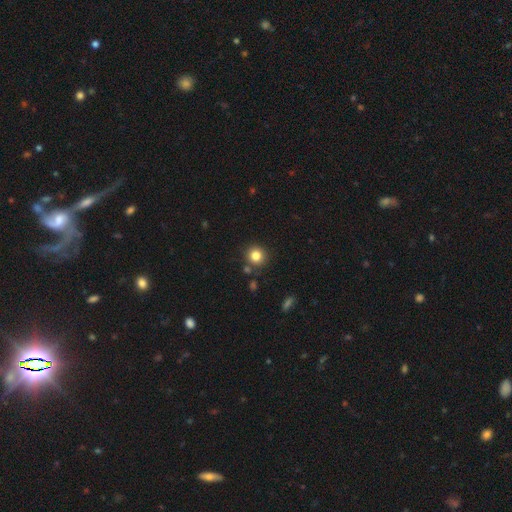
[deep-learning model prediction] A smooth galaxy with no disk features (82%) that is round (91%).

Vote fractions:
- Smooth or featured? smooth: 82% / star or artifact: 12% / featured or disk: 6%
- How rounded? round: 91% / in between: 8% / cigar-shaped: 1%
- Merging? none: 84% / minor disturbance: 8% / merger: 5% / major disturbance: 2%